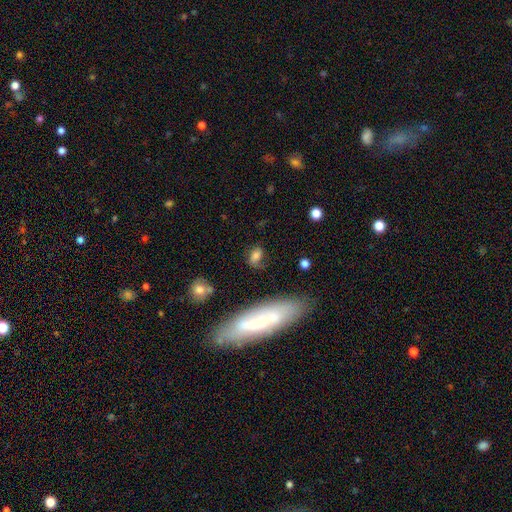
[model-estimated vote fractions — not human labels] smooth-or-featured: smooth: 69% | featured or disk: 18% | star or artifact: 13%
  how-rounded: in between: 78% | round: 18% | cigar-shaped: 4%
  merging: none: 60% | minor disturbance: 24% | major disturbance: 11% | merger: 5%